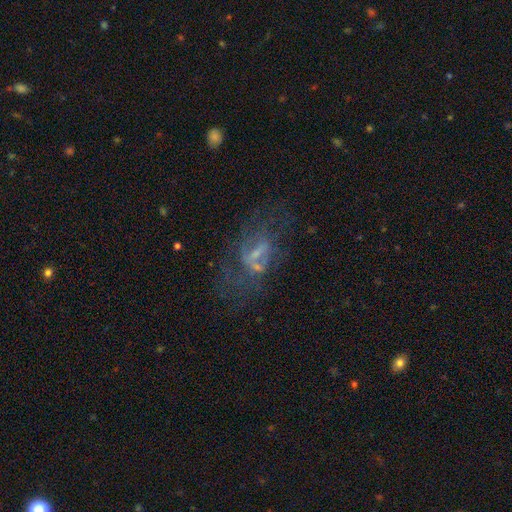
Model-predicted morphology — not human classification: A featured or disk galaxy (58%) with no bar (47%), no spiral arms (61%) and a small central bulge (46%). Merging: none (47%).